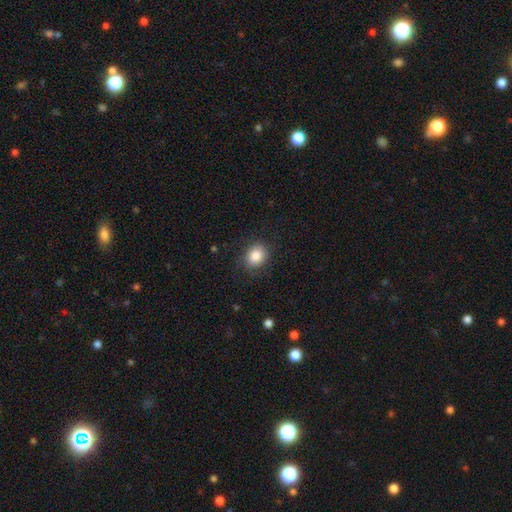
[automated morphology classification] smooth_or_featured: smooth (p=0.85) [alt: star or artifact p=0.08]
how_rounded: round (p=0.54) [alt: in between p=0.45]
merging: none (p=0.81) [alt: minor disturbance p=0.14]